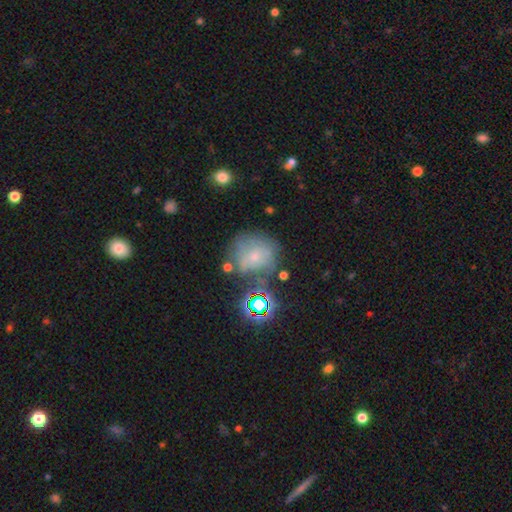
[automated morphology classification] type=smooth (50%); merging=none (50%).